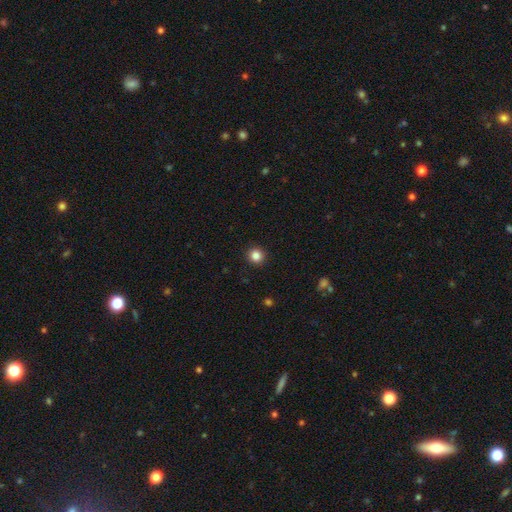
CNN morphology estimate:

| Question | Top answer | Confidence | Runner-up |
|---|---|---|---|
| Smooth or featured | smooth | 84% | star or artifact (11%) |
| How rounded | round | 92% | in between (7%) |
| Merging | none | 93% | minor disturbance (5%) |